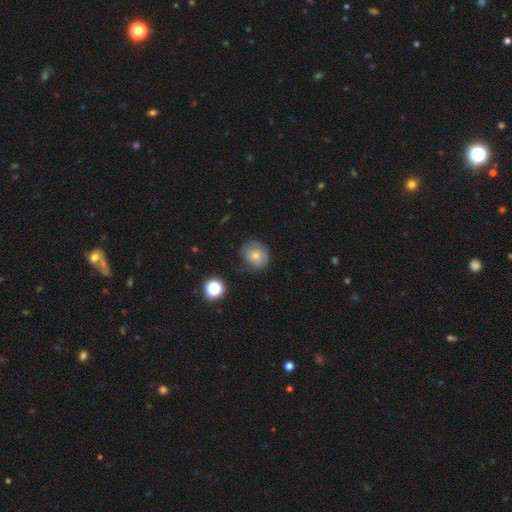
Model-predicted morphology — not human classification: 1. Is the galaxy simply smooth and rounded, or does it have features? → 49% smooth, 40% featured or disk, 11% star or artifact.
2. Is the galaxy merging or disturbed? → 60% none, 26% minor disturbance, 11% major disturbance, 2% merger.